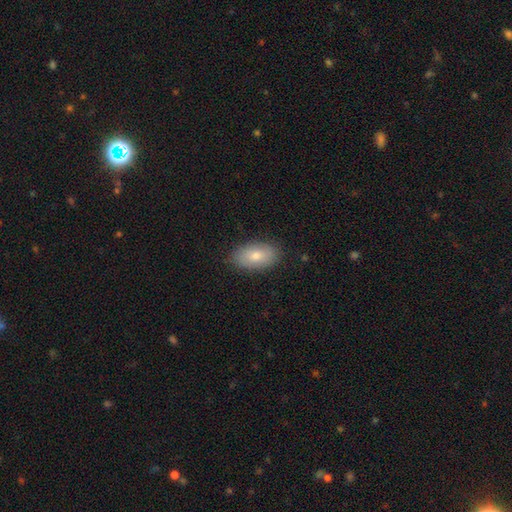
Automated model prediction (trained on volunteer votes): A smooth galaxy with no disk features (76%) that is in between round and cigar-shaped (93%). Merging: none (86%).